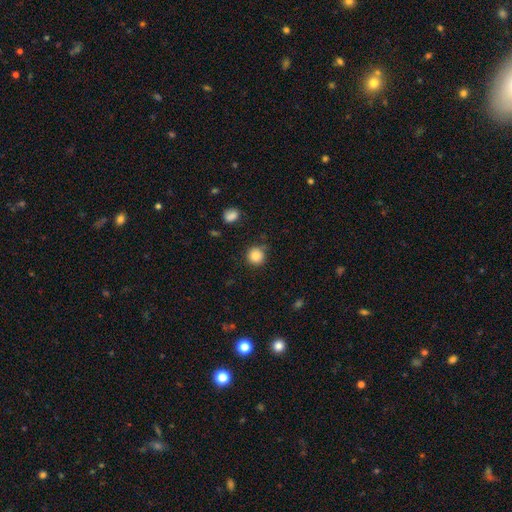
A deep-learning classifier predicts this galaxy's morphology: Smooth or featured? Predicted: smooth (p=0.86). How rounded? Predicted: round (p=0.93). Merging? Predicted: none (p=0.83).